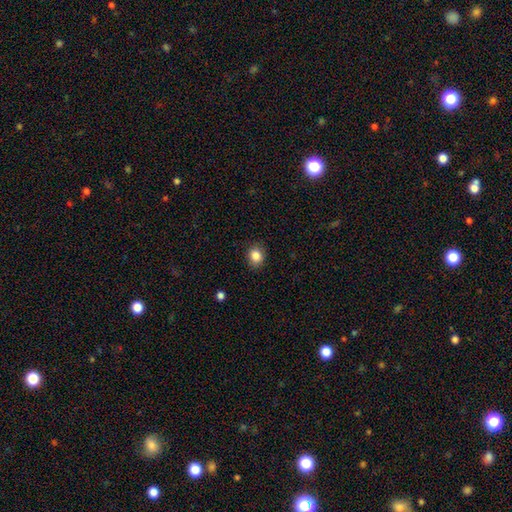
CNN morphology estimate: This appears to be a smooth galaxy with no disk features (85%) that is round (60%). Merging: none (88%).